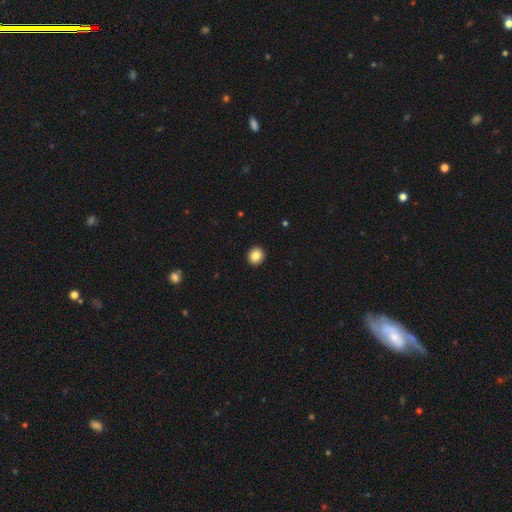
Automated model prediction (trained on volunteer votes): This is clearly a smooth galaxy (85%). How rounded: clearly round (88%). Merging: clearly none (94%).